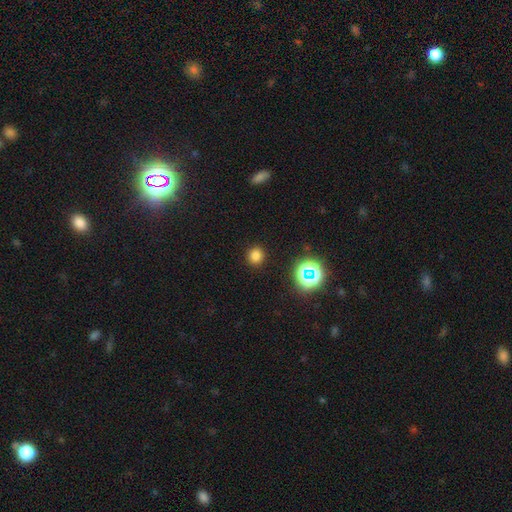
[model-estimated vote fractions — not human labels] smooth-or-featured: smooth: 77% | star or artifact: 18% | featured or disk: 5%
  how-rounded: round: 90% | in between: 9% | cigar-shaped: 1%
  merging: none: 91% | minor disturbance: 5% | major disturbance: 2% | merger: 1%